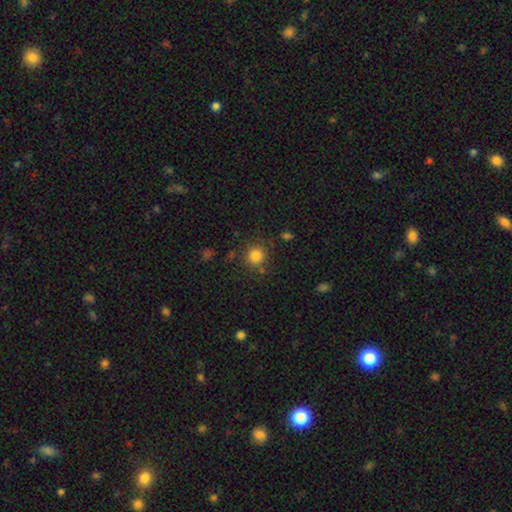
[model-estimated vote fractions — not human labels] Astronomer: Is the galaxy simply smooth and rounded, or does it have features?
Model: smooth — 82%.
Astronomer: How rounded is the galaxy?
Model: round — 91%.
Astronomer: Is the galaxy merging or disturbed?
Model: none — 82%.